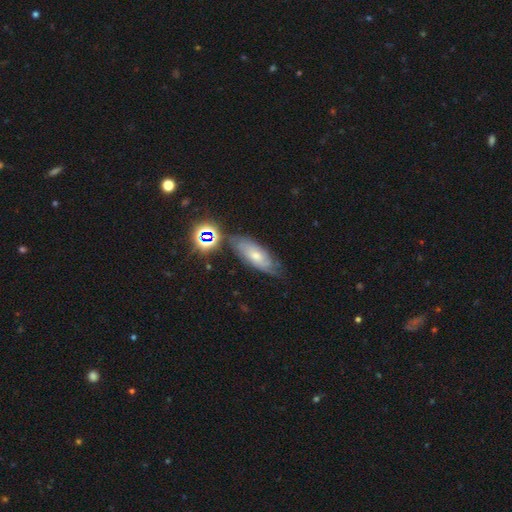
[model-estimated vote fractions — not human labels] featured or disk 51%, smooth 34%, star or artifact 14%. Down the decision tree: edge-on disk — no (83%); merging — none (64%).